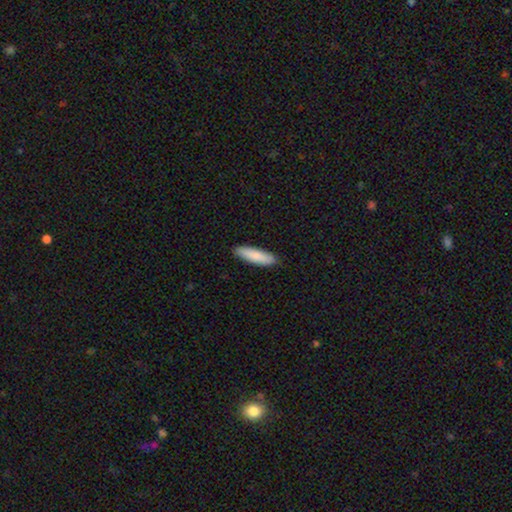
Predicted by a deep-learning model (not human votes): This is clearly a smooth galaxy (87%). How rounded: likely cigar-shaped (63%). Merging: clearly none (89%).